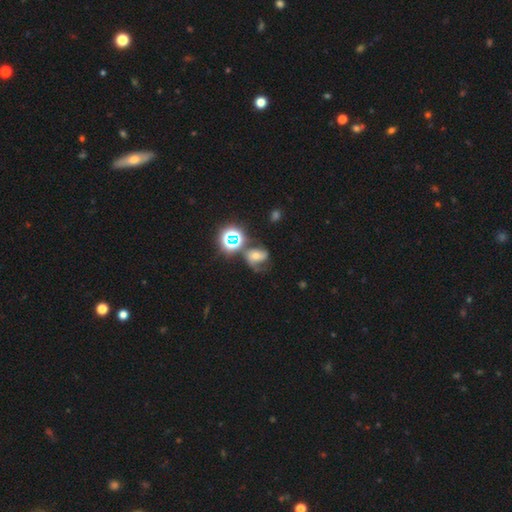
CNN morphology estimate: smooth_or_featured: featured or disk (p=0.52) [alt: smooth p=0.25]
disk_edge_on: no (p=0.97) [alt: yes p=0.03]
merging: none (p=0.40) [alt: major disturbance p=0.27]